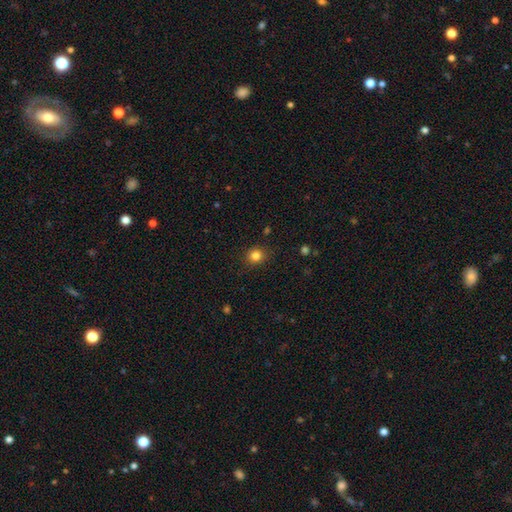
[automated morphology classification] A smooth galaxy with no disk features (83%) that is round (83%).

Vote fractions:
- Smooth or featured? smooth: 83% / star or artifact: 12% / featured or disk: 5%
- How rounded? round: 83% / in between: 16% / cigar-shaped: 1%
- Merging? none: 89% / minor disturbance: 8% / major disturbance: 2% / merger: 1%